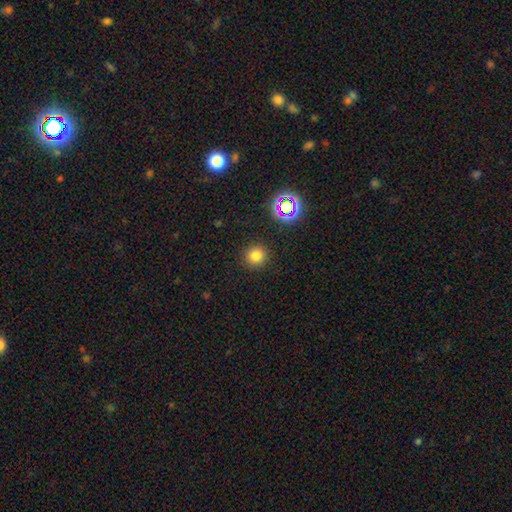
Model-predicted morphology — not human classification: Q: Smooth or featured?
A: smooth (77%); runner-up: star or artifact (17%)
Q: How rounded?
A: round (93%); runner-up: in between (6%)
Q: Merging?
A: none (90%); runner-up: minor disturbance (6%)